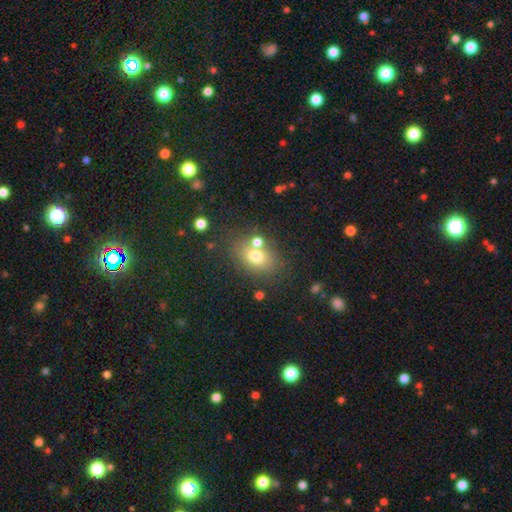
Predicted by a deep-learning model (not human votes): smooth_or_featured: smooth (p=0.71) [alt: featured or disk p=0.16]
how_rounded: in between (p=0.65) [alt: round p=0.33]
merging: none (p=0.65) [alt: merger p=0.18]